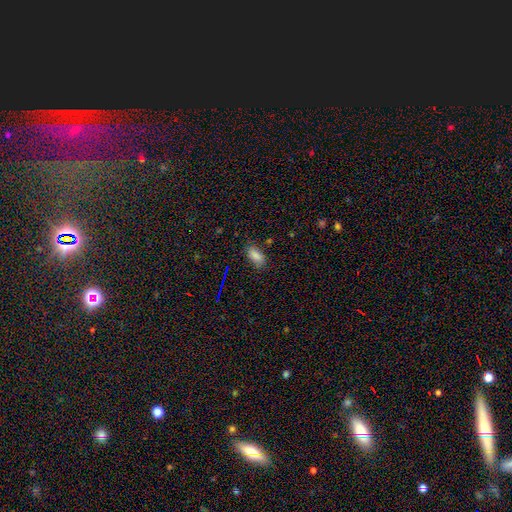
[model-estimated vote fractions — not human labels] This appears to be a smooth galaxy with no disk features (83%) that is in between round and cigar-shaped (89%). Merging: none (78%).